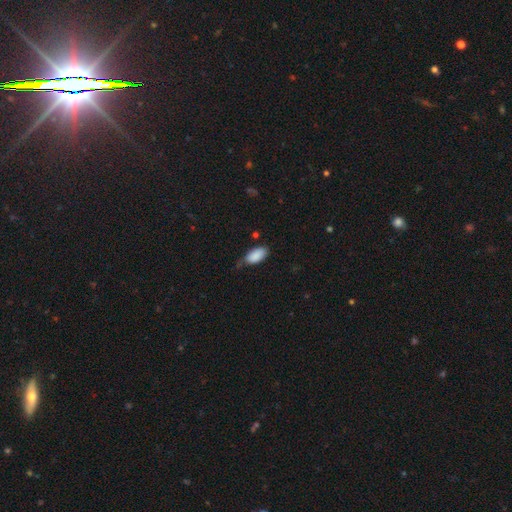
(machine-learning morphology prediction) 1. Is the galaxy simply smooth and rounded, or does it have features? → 88% smooth, 7% star or artifact, 5% featured or disk.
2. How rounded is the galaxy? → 94% in between, 4% cigar-shaped, 2% round.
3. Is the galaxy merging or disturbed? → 53% none, 35% minor disturbance, 8% major disturbance, 3% merger.